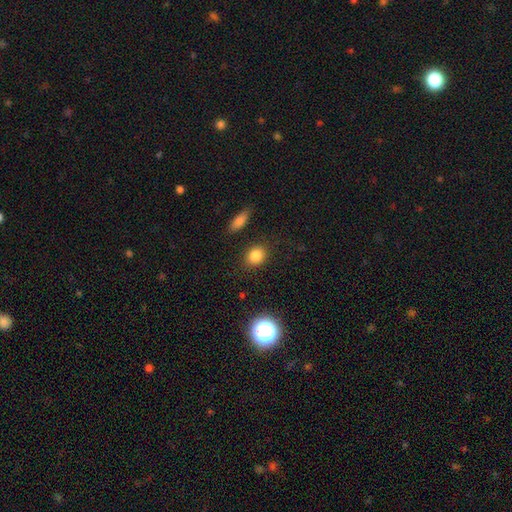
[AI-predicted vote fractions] Overall: smooth (82%). How rounded: round (60%; in between 39%). Merging: none (86%).